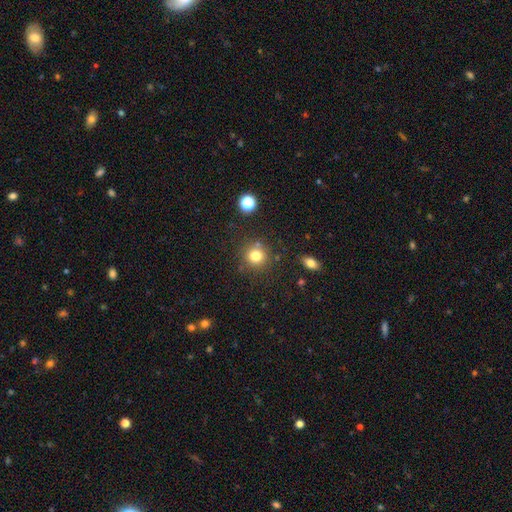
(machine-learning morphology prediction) smooth 80%, star or artifact 13%, featured or disk 7%. Down the decision tree: how rounded — round (90%); merging — none (79%).